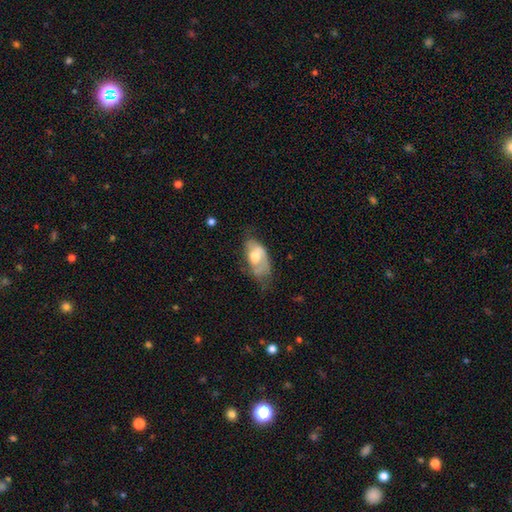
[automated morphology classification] Smooth or featured? smooth (53%)
How rounded? in between (92%)
Merging? minor disturbance (36%)